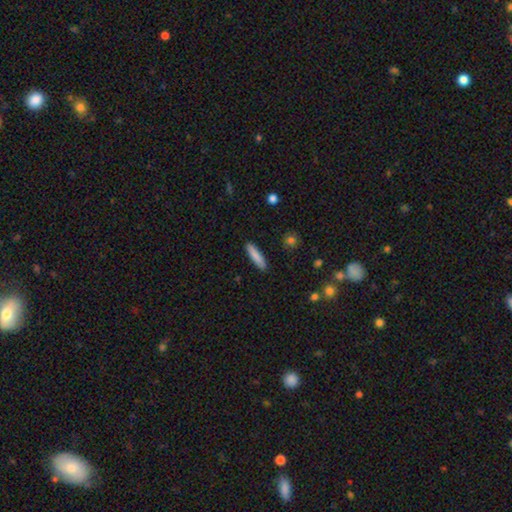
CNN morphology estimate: smooth-or-featured: smooth: 85% | featured or disk: 9% | star or artifact: 6%
  how-rounded: cigar-shaped: 82% | in between: 17% | round: 2%
  merging: none: 90% | minor disturbance: 7% | major disturbance: 2% | merger: 1%